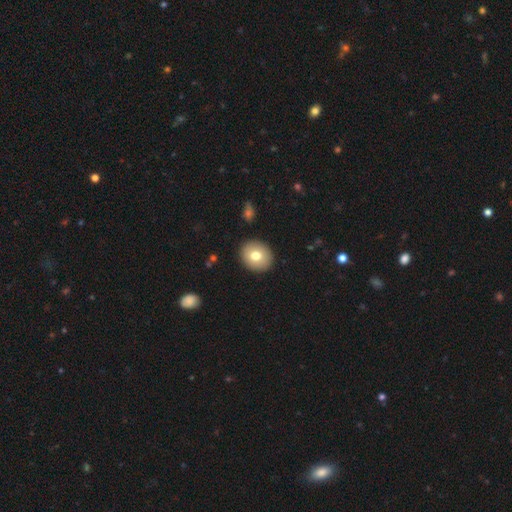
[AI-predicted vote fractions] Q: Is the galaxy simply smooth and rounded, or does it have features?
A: smooth — 75%.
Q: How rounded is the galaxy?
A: round — 74%.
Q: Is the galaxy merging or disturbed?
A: none — 90%.